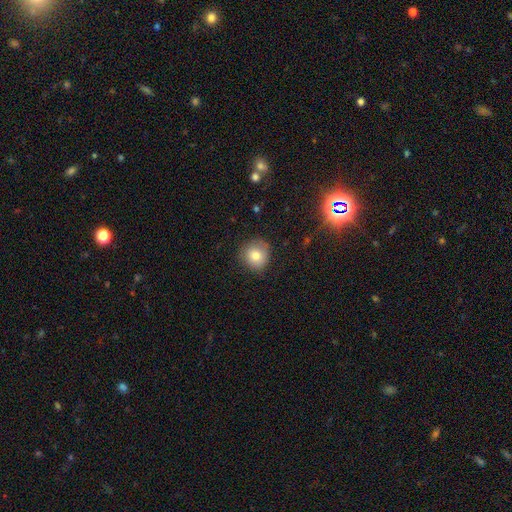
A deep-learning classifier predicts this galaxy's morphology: The model was most divided on "smooth or featured": smooth: 77%, featured or disk: 12%, star or artifact: 11%. More confident: how rounded — round (89%); merging — none (81%).